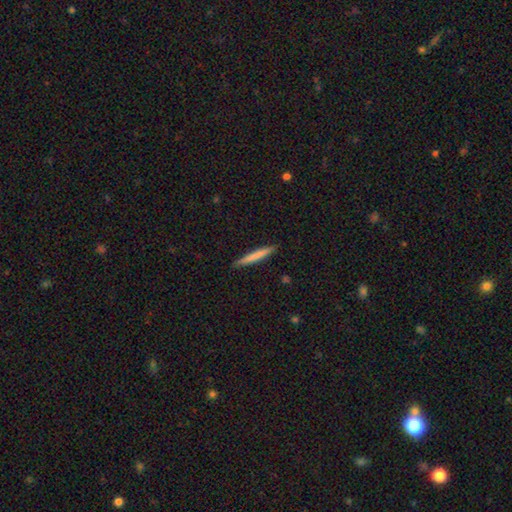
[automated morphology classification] smooth 71%, featured or disk 24%, star or artifact 5%. Down the decision tree: how rounded — cigar-shaped (96%); merging — none (91%).